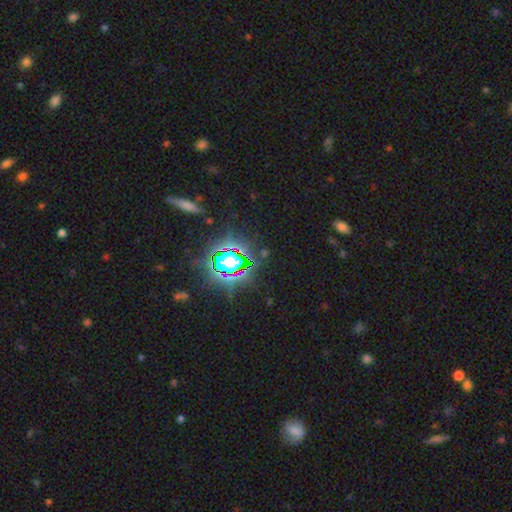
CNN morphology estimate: smooth-or-featured: star or artifact: 78% | smooth: 13% | featured or disk: 9%